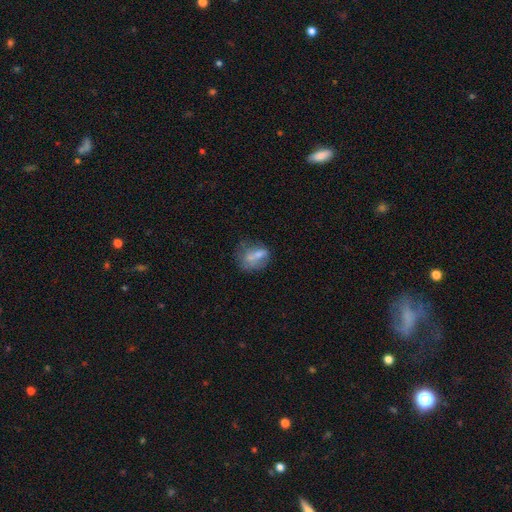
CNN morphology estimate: This appears to be a smooth galaxy with no disk features (57%) that is in between round and cigar-shaped (58%). Merging: none (40%).